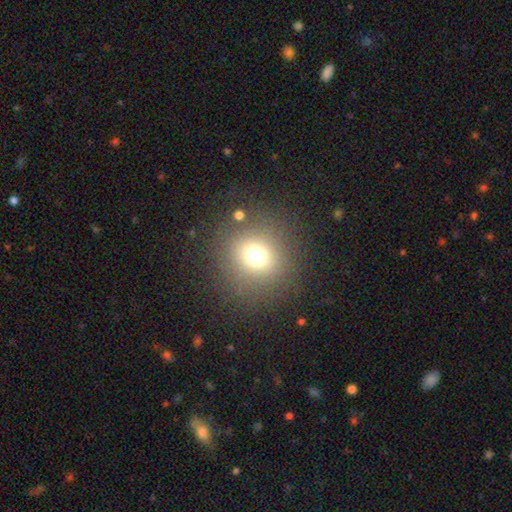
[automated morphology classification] smooth 70%, star or artifact 20%, featured or disk 10%. Down the decision tree: how rounded — round (88%); merging — none (84%).